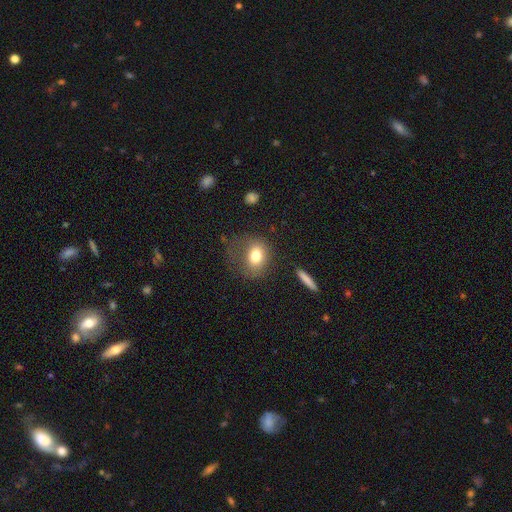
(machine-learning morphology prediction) Smooth or featured: smooth — 76% (featured or disk — 15%)
How rounded: in between — 54% (round — 45%)
Merging: none — 51% (major disturbance — 24%)